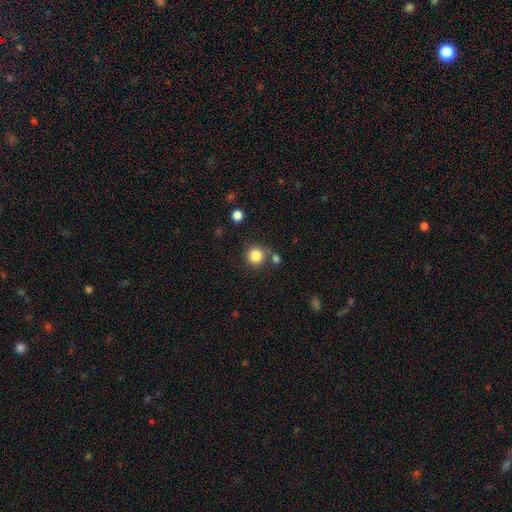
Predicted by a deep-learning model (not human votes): A smooth galaxy with no disk features (84%) that is round (93%). Merging: none (75%).